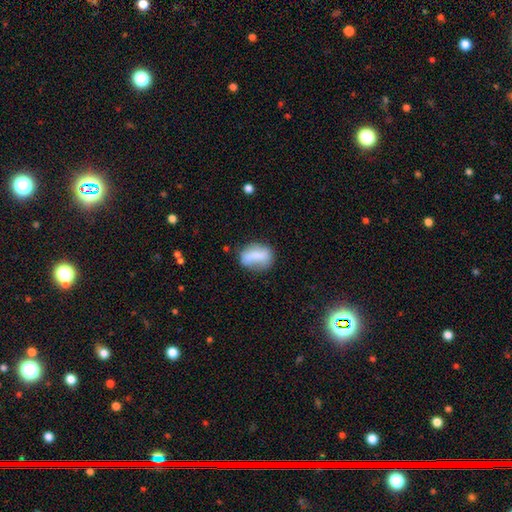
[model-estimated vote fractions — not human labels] This is likely a smooth galaxy (71%). How rounded: likely in between (71%). Merging: likely none (63%).